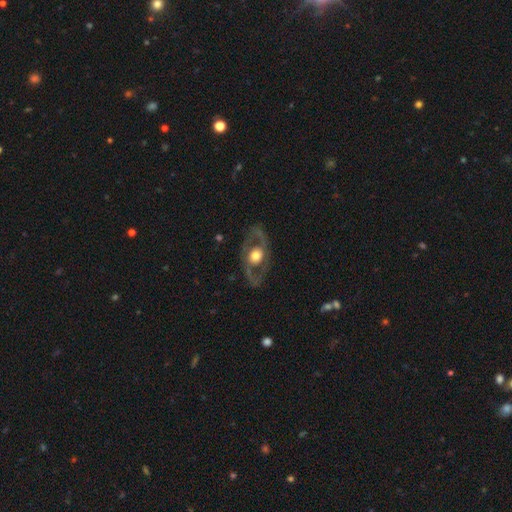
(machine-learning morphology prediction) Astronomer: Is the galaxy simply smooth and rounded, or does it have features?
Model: featured or disk — 72%.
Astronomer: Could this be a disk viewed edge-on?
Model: no — 91%.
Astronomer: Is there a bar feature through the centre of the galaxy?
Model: no — 81%.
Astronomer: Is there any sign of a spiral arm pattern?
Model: no — 53% (runner-up: yes, 47%).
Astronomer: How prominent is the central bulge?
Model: moderate — 47% (runner-up: large, 44%).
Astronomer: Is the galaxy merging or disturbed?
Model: none — 78%.